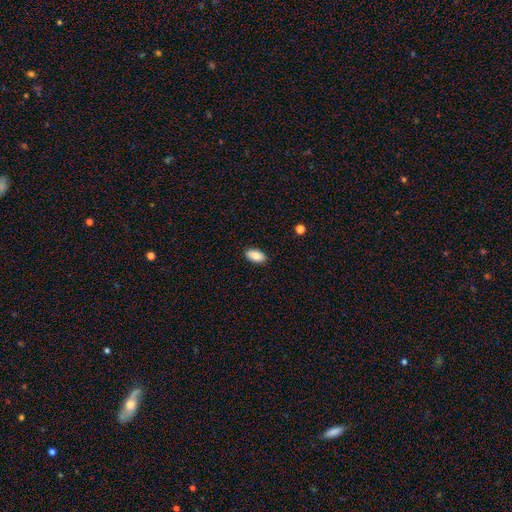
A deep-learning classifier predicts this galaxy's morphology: smooth_or_featured: smooth (p=0.82) [alt: featured or disk p=0.11]
how_rounded: in between (p=0.93) [alt: round p=0.04]
merging: none (p=0.88) [alt: minor disturbance p=0.09]